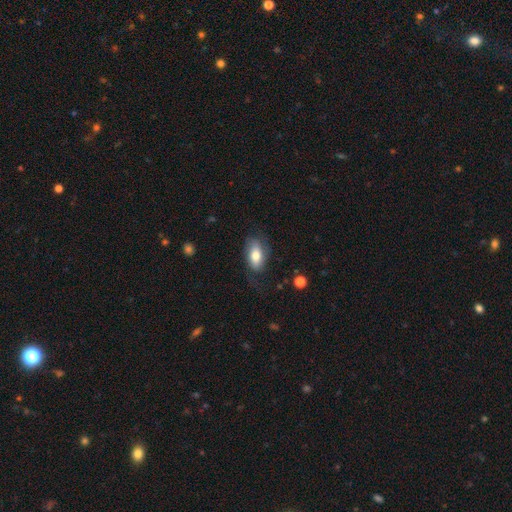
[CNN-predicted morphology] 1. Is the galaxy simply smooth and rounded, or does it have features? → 69% smooth, 25% featured or disk, 7% star or artifact.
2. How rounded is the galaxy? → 91% in between, 5% cigar-shaped, 5% round.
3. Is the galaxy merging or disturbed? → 60% none, 24% minor disturbance, 15% major disturbance, 2% merger.